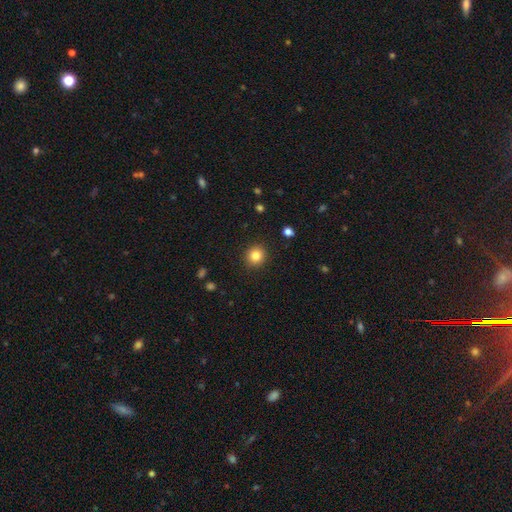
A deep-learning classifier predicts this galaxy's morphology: Smooth or featured? Predicted: smooth (p=0.83). How rounded? Predicted: round (p=0.89). Merging? Predicted: none (p=0.91).